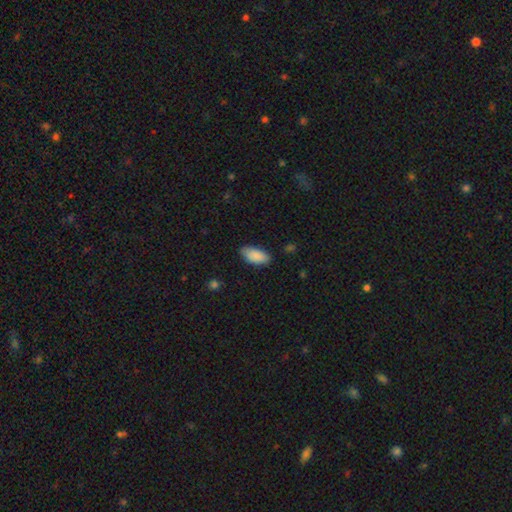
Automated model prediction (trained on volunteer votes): This is clearly a smooth galaxy (88%). How rounded: clearly in between (93%). Merging: likely none (79%).